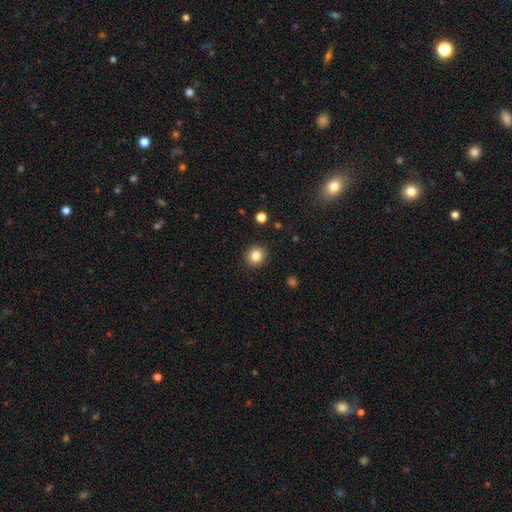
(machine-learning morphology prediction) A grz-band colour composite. It shows a smooth galaxy with no disk features (84%) that is round (86%). Merging: none (91%).